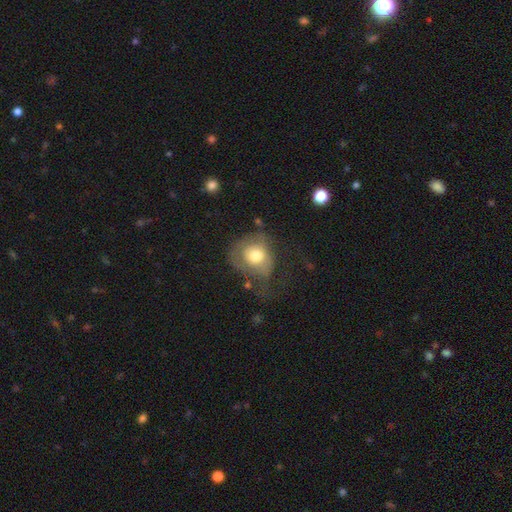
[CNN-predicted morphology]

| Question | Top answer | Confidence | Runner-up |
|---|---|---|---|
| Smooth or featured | smooth | 61% | featured or disk (31%) |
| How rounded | round | 71% | in between (28%) |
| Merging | major disturbance | 39% | none (32%) |